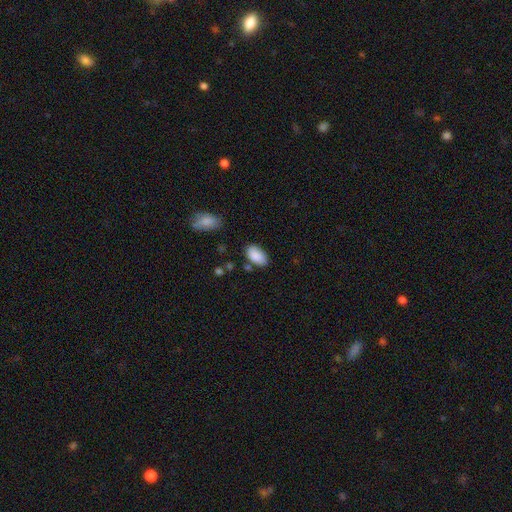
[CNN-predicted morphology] This appears to be a smooth galaxy with no disk features (89%) that is in between round and cigar-shaped (95%). Merging: none (77%).